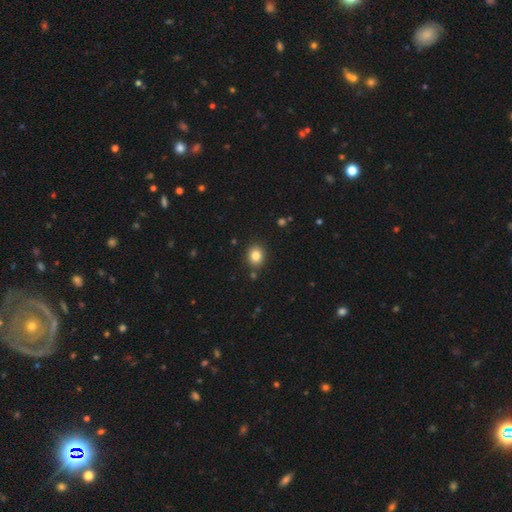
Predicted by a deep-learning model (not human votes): Q: Smooth or featured?
A: smooth (83%); runner-up: star or artifact (11%)
Q: How rounded?
A: round (71%); runner-up: in between (28%)
Q: Merging?
A: none (86%); runner-up: minor disturbance (8%)